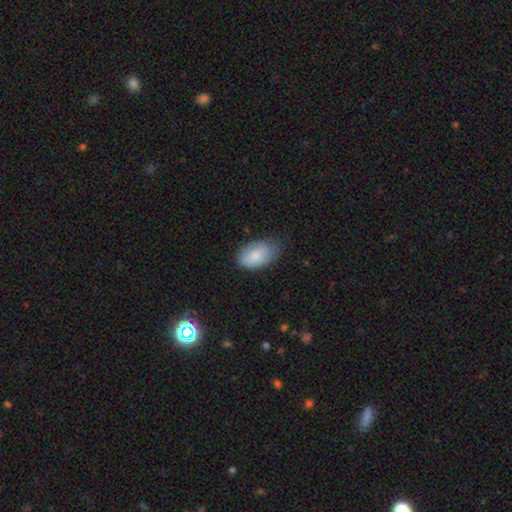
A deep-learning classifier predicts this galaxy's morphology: Overall: smooth (82%). How rounded: in between (92%). Merging: none (55%; minor disturbance 36%).